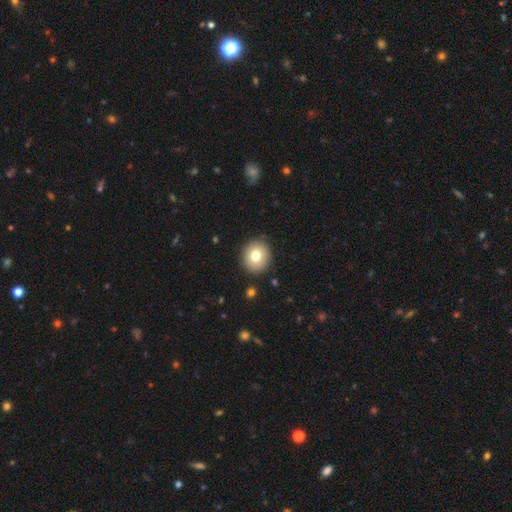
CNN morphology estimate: Smooth or featured? Predicted: smooth (p=0.76). How rounded? Predicted: round (p=0.84). Merging? Predicted: none (p=0.90).